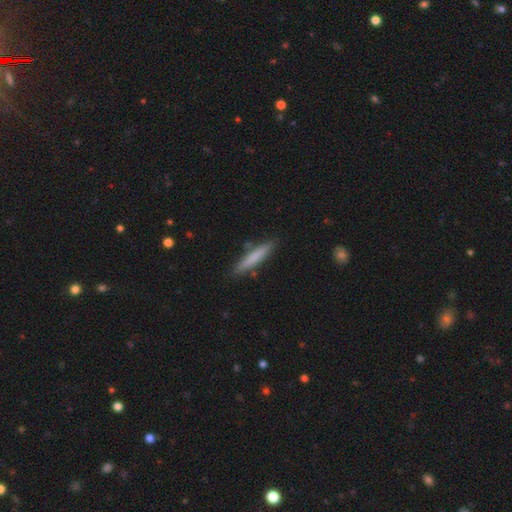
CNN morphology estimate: Smooth or featured: smooth — 74% (featured or disk — 20%)
How rounded: cigar-shaped — 92% (in between — 7%)
Merging: none — 83% (minor disturbance — 11%)